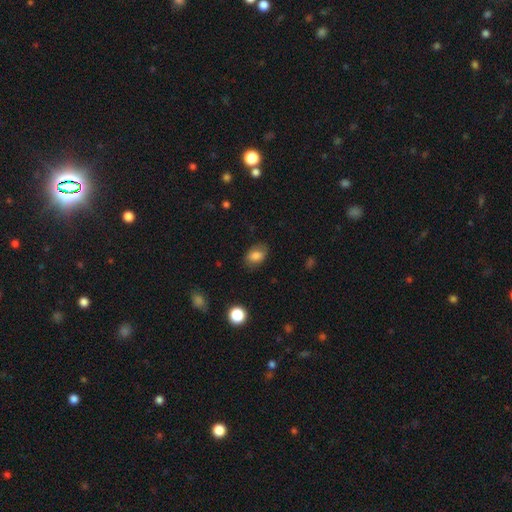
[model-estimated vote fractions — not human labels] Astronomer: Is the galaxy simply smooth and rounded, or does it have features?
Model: smooth — 80%.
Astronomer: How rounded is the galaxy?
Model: in between — 82%.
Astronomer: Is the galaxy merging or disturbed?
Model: none — 78%.